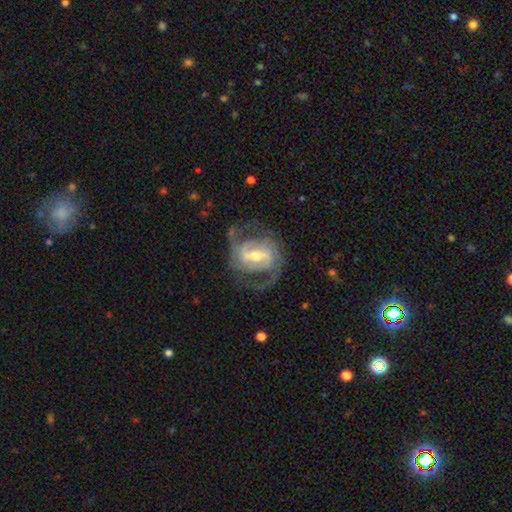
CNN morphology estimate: smooth_or_featured: featured or disk (p=0.88) [alt: smooth p=0.07]
disk_edge_on: no (p=0.97) [alt: yes p=0.03]
bar: strong (p=0.49) [alt: weak p=0.39]
has_spiral_arms: yes (p=0.93) [alt: no p=0.07]
spiral_winding: medium (p=0.52) [alt: tight p=0.25]
spiral_arm_count: 2 (p=0.80) [alt: can't tell p=0.07]
bulge_size: moderate (p=0.59) [alt: small p=0.35]
merging: none (p=0.67) [alt: minor disturbance p=0.16]